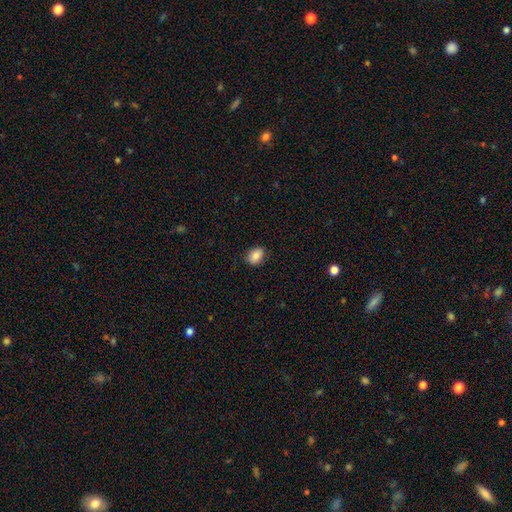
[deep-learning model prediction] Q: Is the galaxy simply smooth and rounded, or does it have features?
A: smooth — 86%.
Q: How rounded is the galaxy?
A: in between — 76%.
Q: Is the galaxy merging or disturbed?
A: none — 85%.